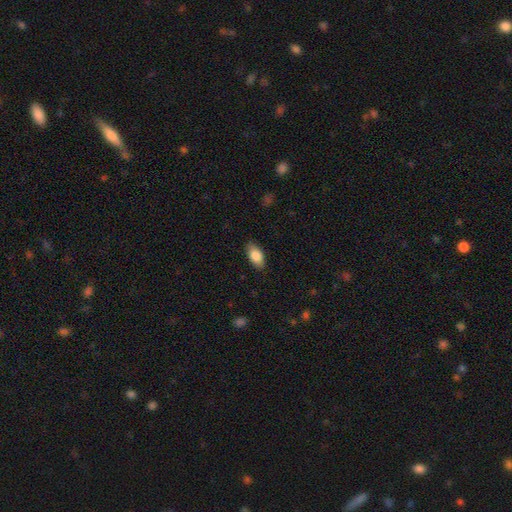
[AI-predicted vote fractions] A smooth galaxy with no disk features (85%) that is in between round and cigar-shaped (92%).

Vote fractions:
- Smooth or featured? smooth: 85% / featured or disk: 9% / star or artifact: 6%
- How rounded? in between: 92% / cigar-shaped: 5% / round: 4%
- Merging? none: 86% / minor disturbance: 10% / major disturbance: 2% / merger: 1%